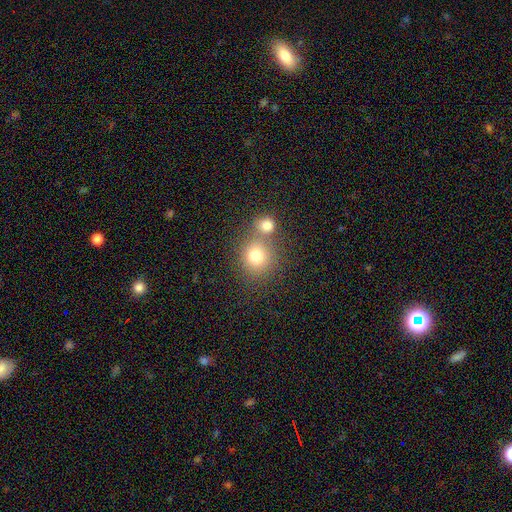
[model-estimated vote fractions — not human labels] Smooth or featured? smooth (77%)
How rounded? round (86%)
Merging? none (55%)